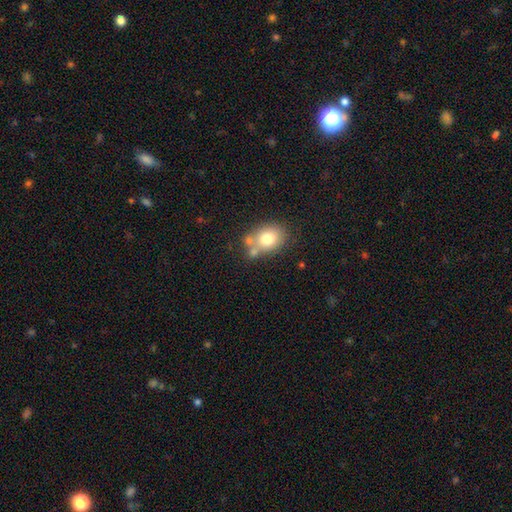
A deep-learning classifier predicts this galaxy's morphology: Smooth or featured? smooth (74%)
How rounded? round (56%)
Merging? none (58%)